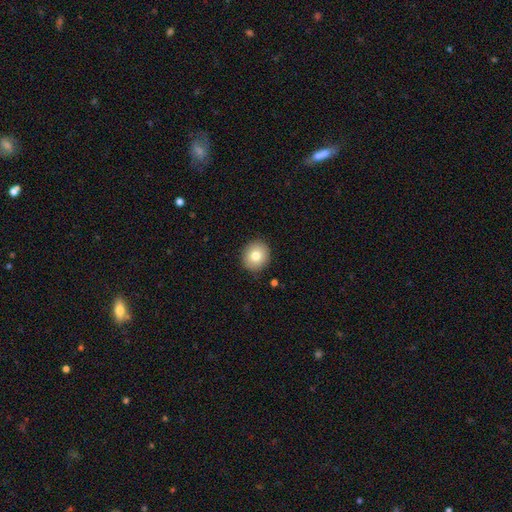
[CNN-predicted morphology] type=smooth (79%); roundness=round (83%); merging=none (90%).